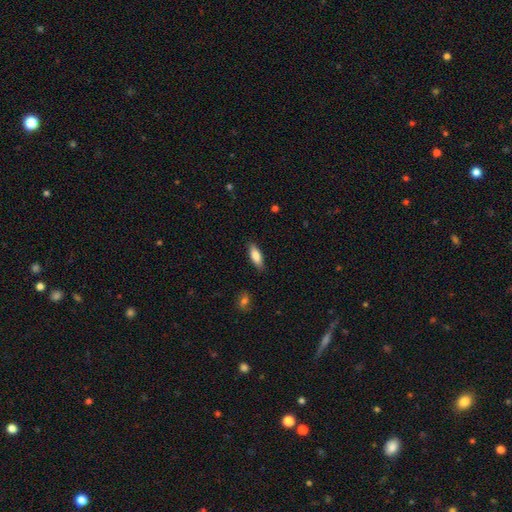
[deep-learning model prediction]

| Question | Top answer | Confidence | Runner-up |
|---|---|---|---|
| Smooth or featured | smooth | 83% | featured or disk (11%) |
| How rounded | in between | 66% | cigar-shaped (32%) |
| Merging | none | 87% | minor disturbance (10%) |